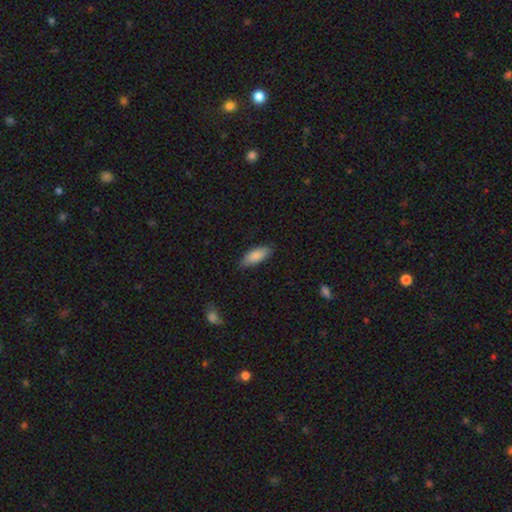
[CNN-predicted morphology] A smooth galaxy with no disk features (86%) that is in between round and cigar-shaped (73%).

Vote fractions:
- Smooth or featured? smooth: 86% / featured or disk: 8% / star or artifact: 6%
- How rounded? in between: 73% / cigar-shaped: 25% / round: 2%
- Merging? none: 83% / minor disturbance: 13% / major disturbance: 2% / merger: 1%